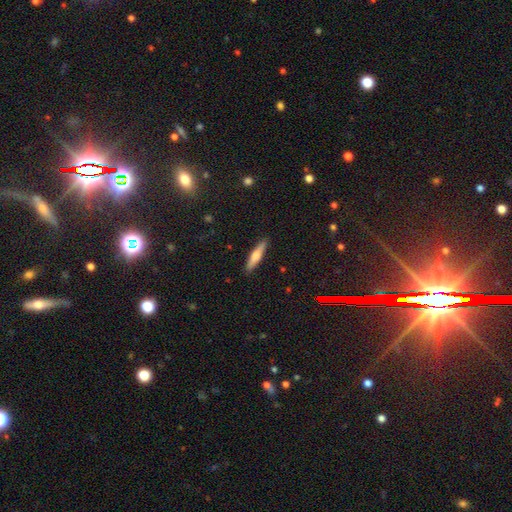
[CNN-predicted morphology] Overall: smooth (56%; featured or disk 38%). How rounded: cigar-shaped (86%). Merging: none (89%).